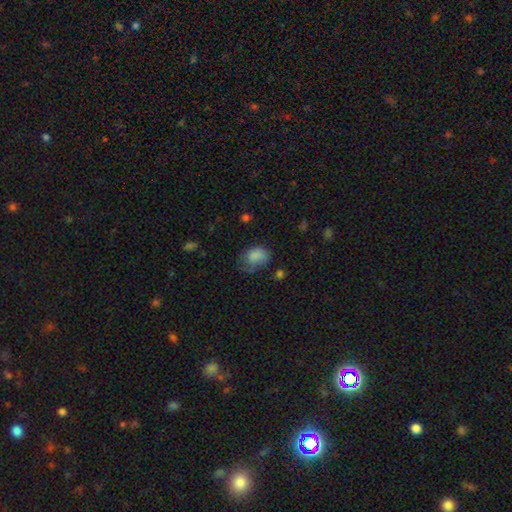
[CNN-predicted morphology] The model was most divided on "merging": none: 40%, minor disturbance: 35%, major disturbance: 23%, merger: 3%. More confident: smooth or featured — smooth (81%); how rounded — in between (74%).